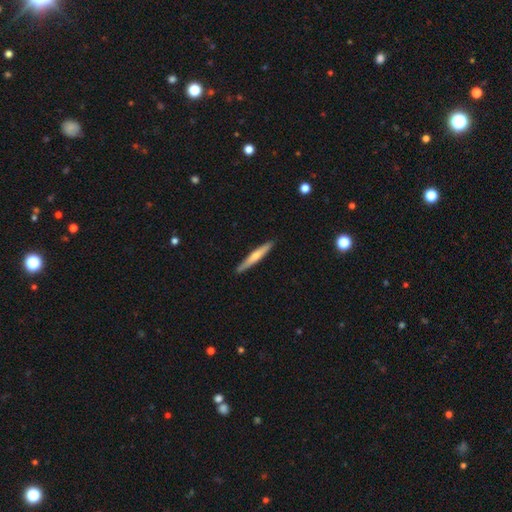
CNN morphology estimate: A smooth galaxy with no disk features (54%) that is cigar-shaped (94%).

Vote fractions:
- Smooth or featured? smooth: 54% / featured or disk: 41% / star or artifact: 5%
- How rounded? cigar-shaped: 94% / in between: 4% / round: 1%
- Merging? none: 90% / minor disturbance: 8% / major disturbance: 1% / merger: 1%